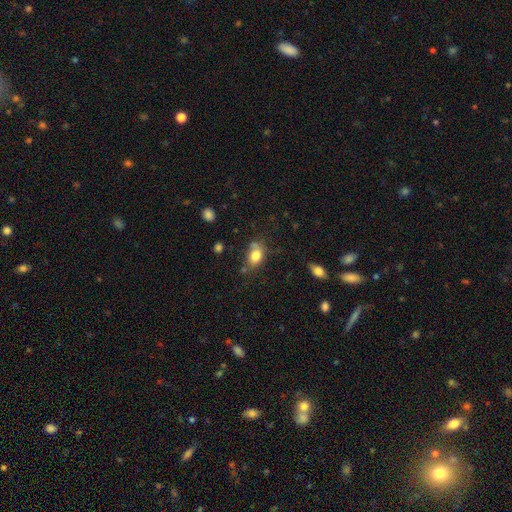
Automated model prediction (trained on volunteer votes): This appears to be a smooth galaxy with no disk features (79%) that is in between round and cigar-shaped (72%). Merging: none (55%).